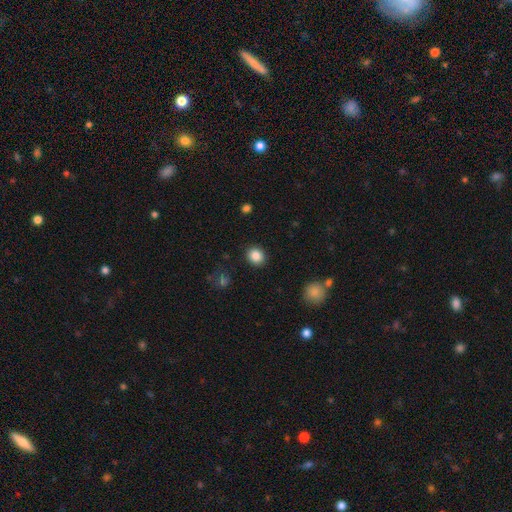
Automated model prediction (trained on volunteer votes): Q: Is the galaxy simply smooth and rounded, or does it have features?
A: smooth — 86%.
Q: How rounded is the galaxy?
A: round — 77%.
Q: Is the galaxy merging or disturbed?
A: none — 90%.